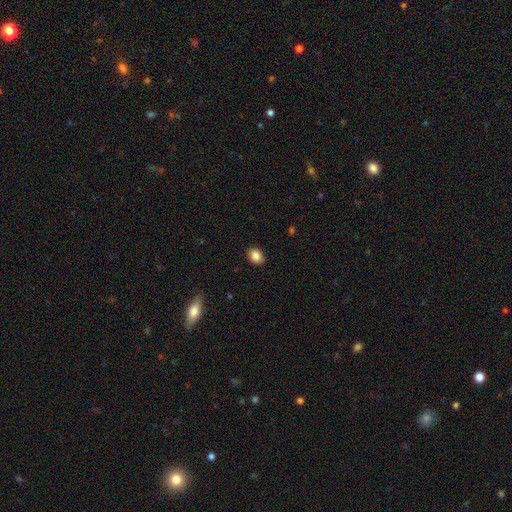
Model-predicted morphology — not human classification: Overall: smooth (86%). How rounded: in between (56%; round 43%). Merging: none (89%).